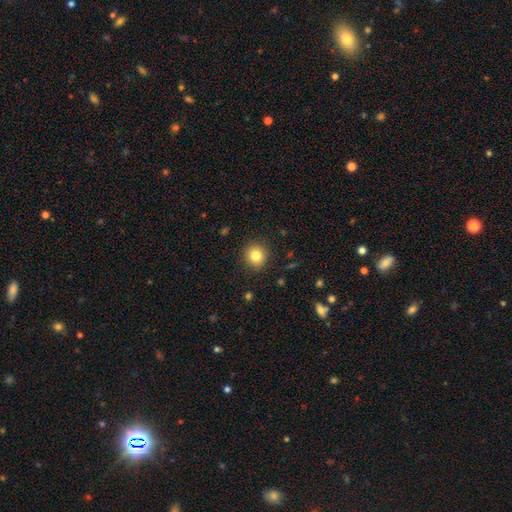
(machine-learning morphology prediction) This appears to be a smooth galaxy with no disk features (82%) that is round (87%). Merging: none (89%).